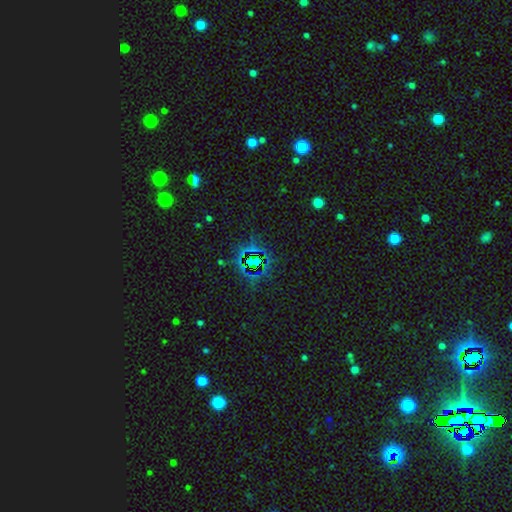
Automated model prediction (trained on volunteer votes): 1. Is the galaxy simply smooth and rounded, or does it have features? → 76% star or artifact, 14% smooth, 10% featured or disk.